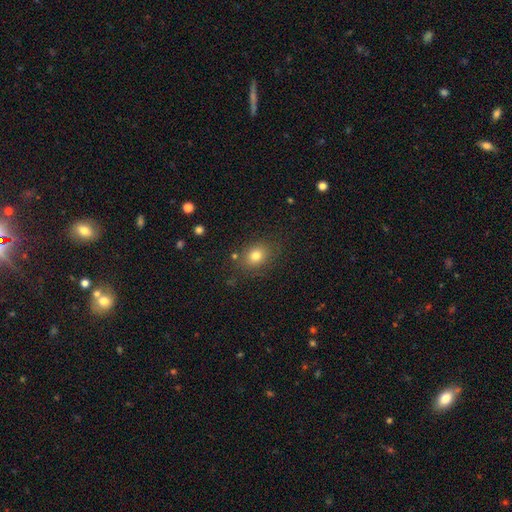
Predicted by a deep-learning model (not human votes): Overall: smooth (78%). How rounded: round (54%; in between 45%). Merging: none (81%).